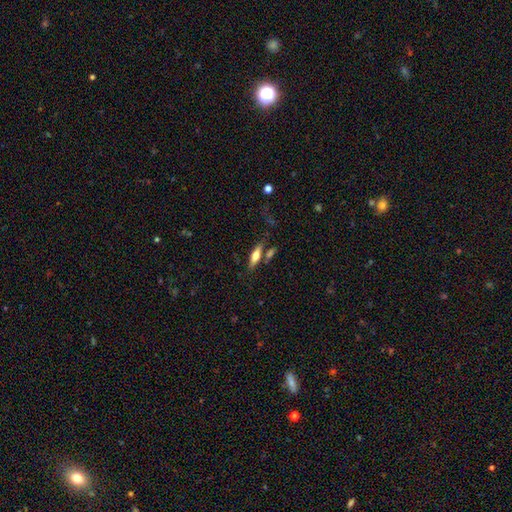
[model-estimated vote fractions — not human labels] Smooth or featured? Predicted: smooth (p=0.53). How rounded? Predicted: cigar-shaped (p=0.53). Merging? Predicted: none (p=0.70).